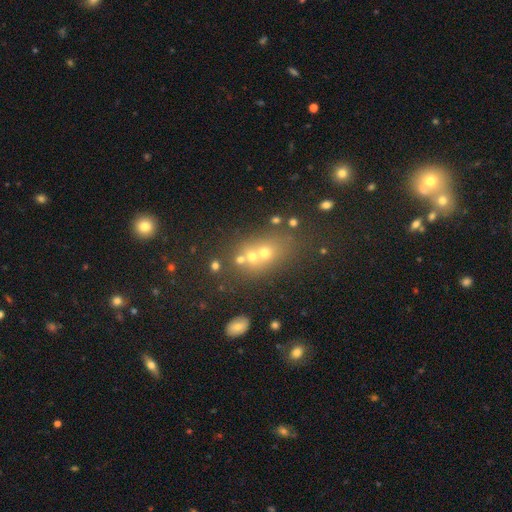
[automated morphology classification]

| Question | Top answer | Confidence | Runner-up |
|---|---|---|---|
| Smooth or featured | smooth | 52% | star or artifact (26%) |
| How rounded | round | 55% | in between (42%) |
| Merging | none | 44% | merger (41%) |